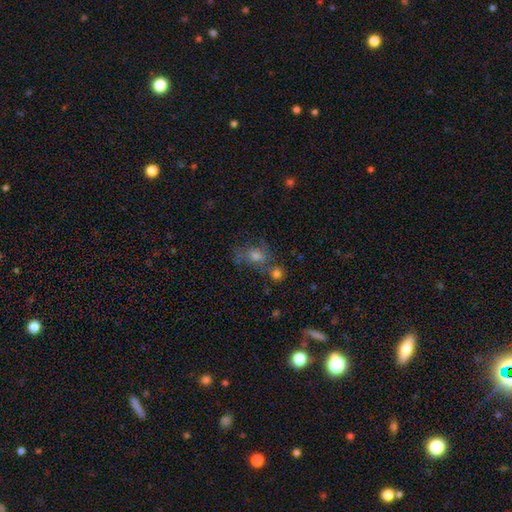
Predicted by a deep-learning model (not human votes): Morphology: type=smooth (46%); merging=none (49%).